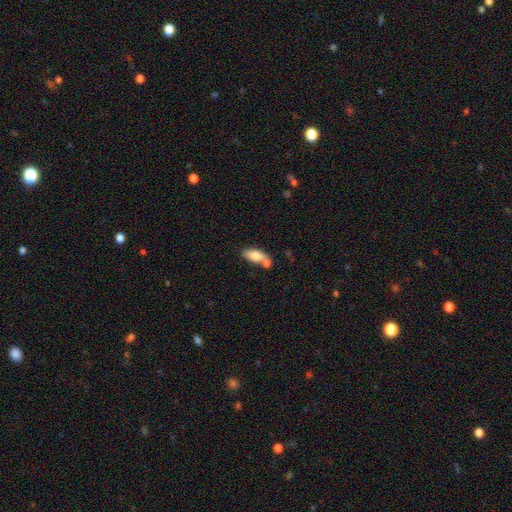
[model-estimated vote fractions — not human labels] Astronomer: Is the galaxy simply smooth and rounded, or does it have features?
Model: smooth — 77%.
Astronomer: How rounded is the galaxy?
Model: in between — 85%.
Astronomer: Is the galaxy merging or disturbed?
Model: none — 45% (runner-up: merger, 37%).